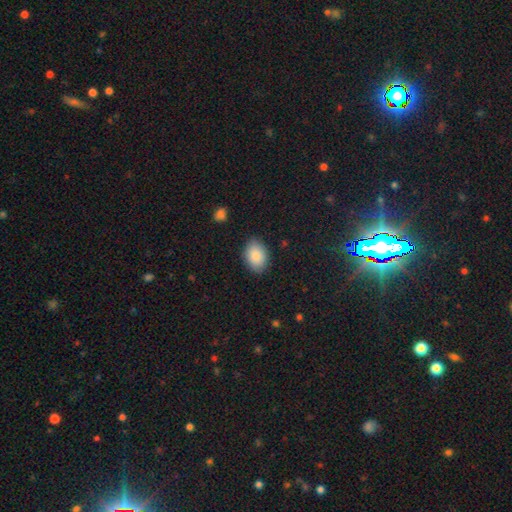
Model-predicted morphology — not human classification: type=smooth (87%); roundness=in between (81%); merging=none (83%).